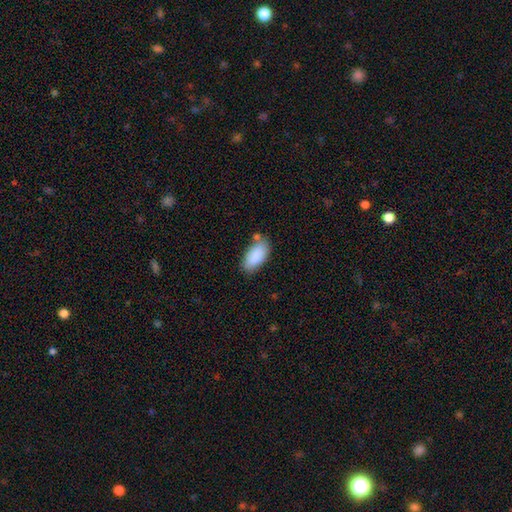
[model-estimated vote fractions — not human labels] smooth 88%, star or artifact 6%, featured or disk 6%. Down the decision tree: how rounded — in between (93%); merging — none (67%).